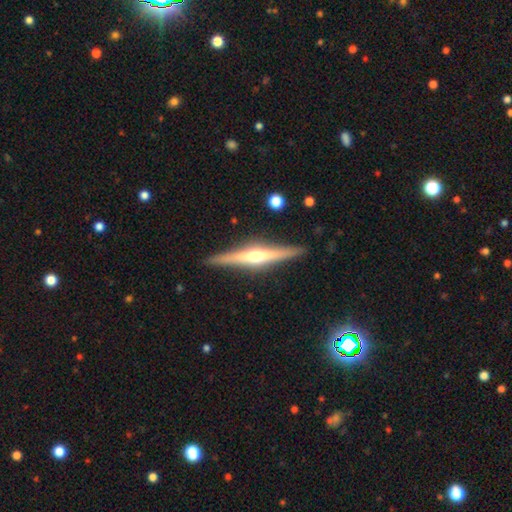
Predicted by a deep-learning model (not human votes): This appears to be a featured or disk galaxy (76%) viewed edge-on (98%) with a rounded central bulge (92%). Merging: none (90%).